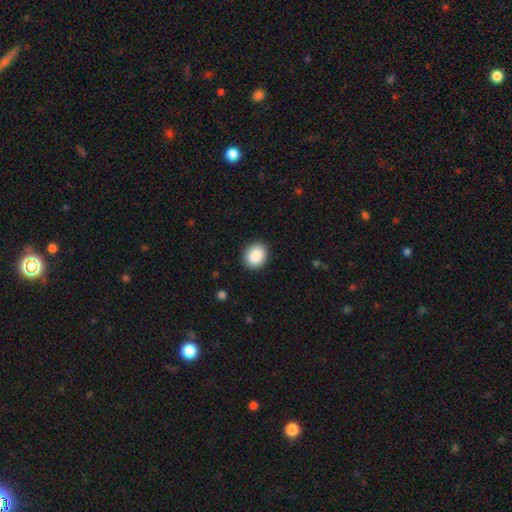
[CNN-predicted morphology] Smooth or featured? Predicted: smooth (p=0.88). How rounded? Predicted: round (p=0.57). Merging? Predicted: none (p=0.90).